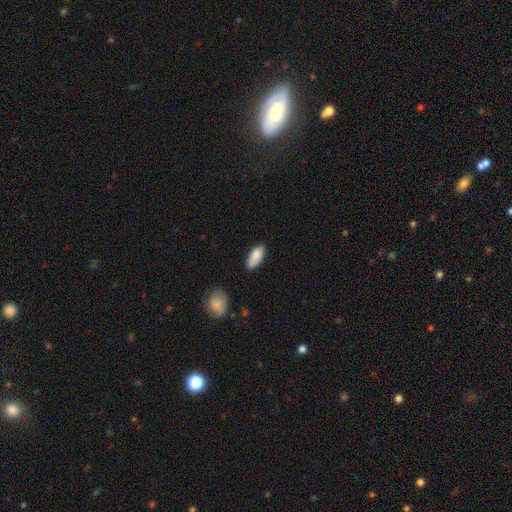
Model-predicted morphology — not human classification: Overall: smooth (85%). How rounded: in between (87%). Merging: none (76%).